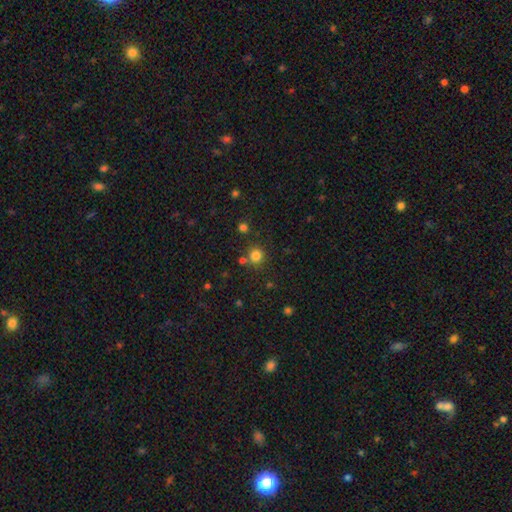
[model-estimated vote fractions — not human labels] Q: Smooth or featured?
A: smooth (80%); runner-up: star or artifact (15%)
Q: How rounded?
A: round (92%); runner-up: in between (7%)
Q: Merging?
A: none (76%); runner-up: merger (12%)